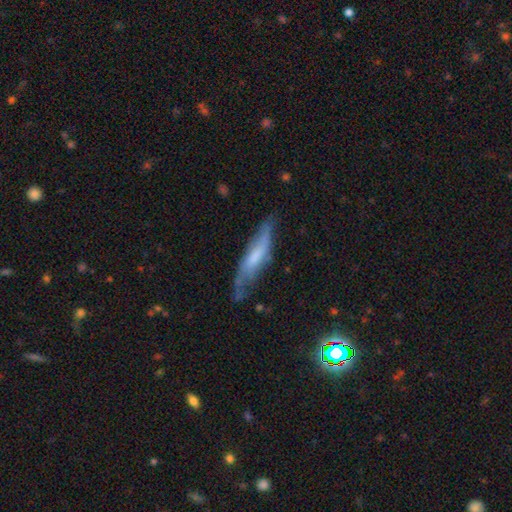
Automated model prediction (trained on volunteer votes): Overall: featured or disk (48%; smooth 45%). Merging: none (56%; minor disturbance 30%).